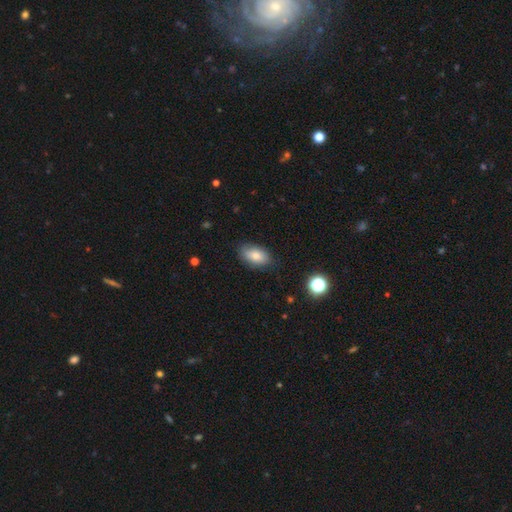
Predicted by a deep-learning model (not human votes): smooth 82%, featured or disk 10%, star or artifact 8%. Down the decision tree: how rounded — in between (92%); merging — none (80%).